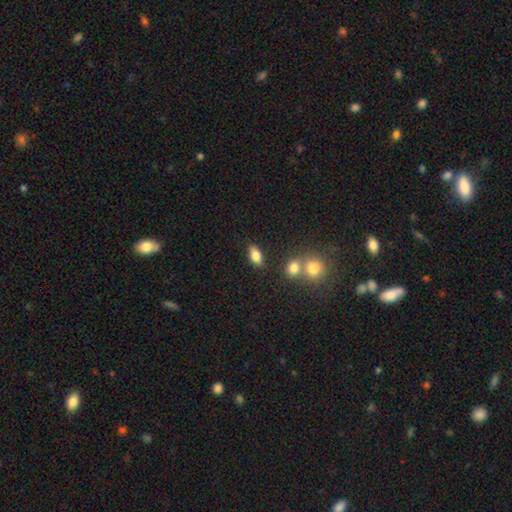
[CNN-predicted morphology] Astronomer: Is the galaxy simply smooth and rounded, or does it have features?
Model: smooth — 78%.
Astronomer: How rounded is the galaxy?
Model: in between — 85%.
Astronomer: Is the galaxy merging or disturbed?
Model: none — 77%.